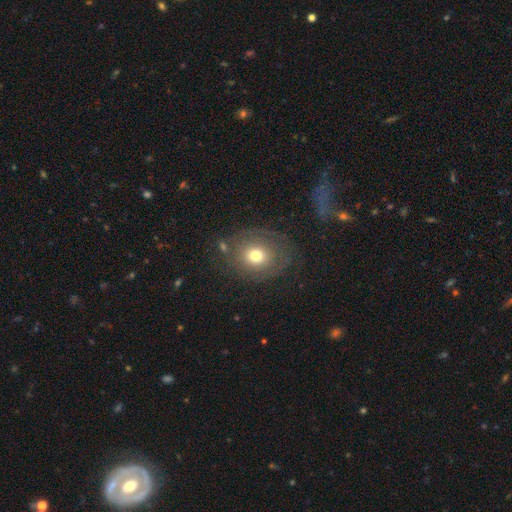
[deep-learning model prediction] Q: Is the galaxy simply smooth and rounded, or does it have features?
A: smooth — 63%.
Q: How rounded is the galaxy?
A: round — 62%.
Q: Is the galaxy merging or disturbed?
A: none — 72%.